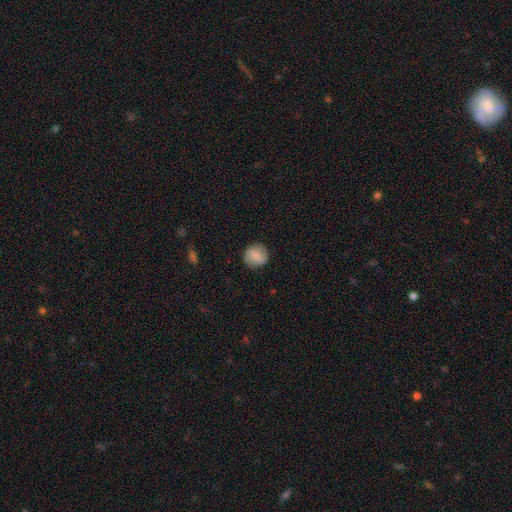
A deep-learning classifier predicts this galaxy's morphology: smooth 78%, featured or disk 14%, star or artifact 8%. Down the decision tree: how rounded — round (90%); merging — none (87%).